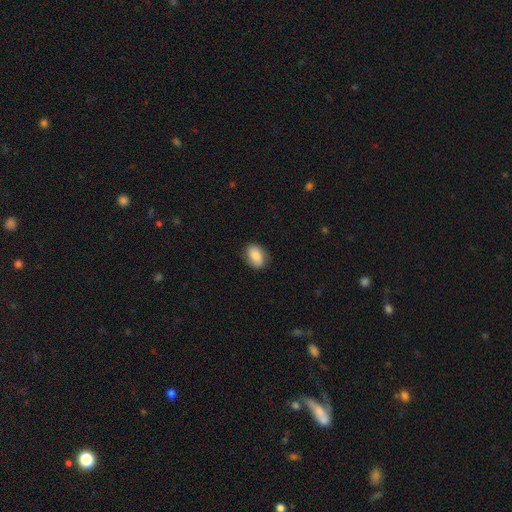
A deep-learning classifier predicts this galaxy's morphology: A smooth galaxy with no disk features (80%) that is in between round and cigar-shaped (82%). Merging: none (78%).